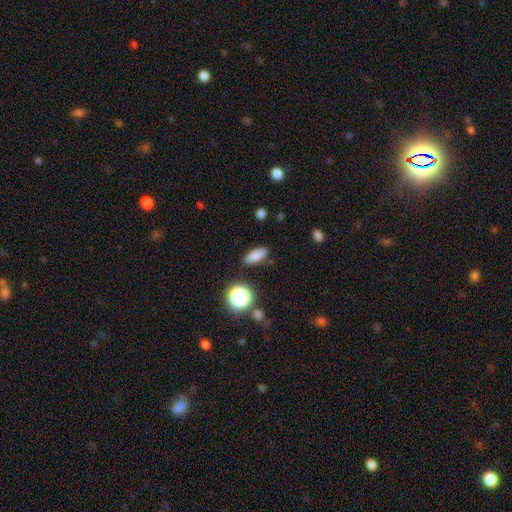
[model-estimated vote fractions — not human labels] A smooth galaxy with no disk features (82%) that is in between round and cigar-shaped (75%). Merging: none (86%).